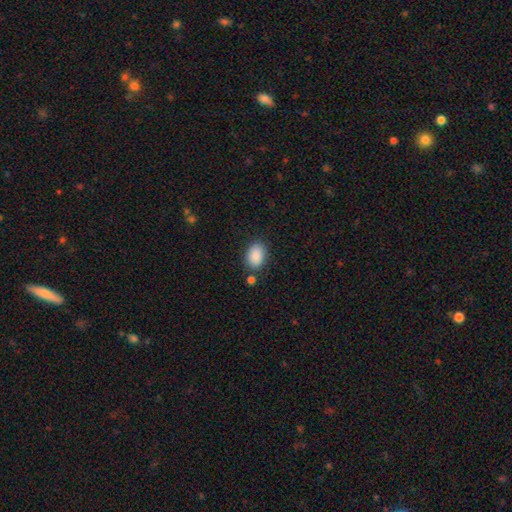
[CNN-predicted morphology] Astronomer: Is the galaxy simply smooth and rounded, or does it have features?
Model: smooth — 89%.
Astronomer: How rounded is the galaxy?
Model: in between — 82%.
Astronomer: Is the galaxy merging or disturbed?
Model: none — 80%.